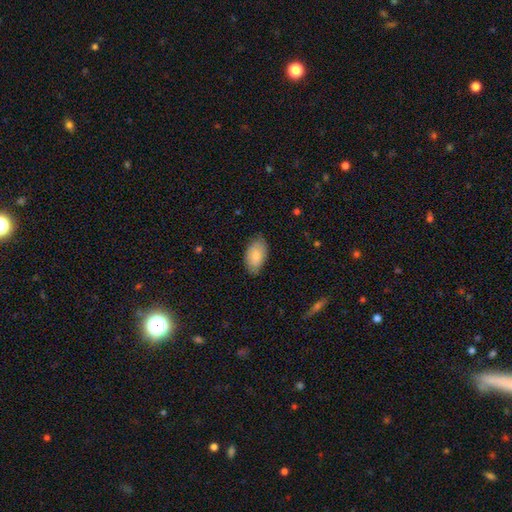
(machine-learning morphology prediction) Smooth or featured?
  - smooth: 79% *
  - featured or disk: 15%
  - star or artifact: 6%
How rounded?
  - in between: 94% *
  - round: 5%
  - cigar-shaped: 1%
Merging?
  - none: 76% *
  - minor disturbance: 20%
  - major disturbance: 4%
  - merger: 1%